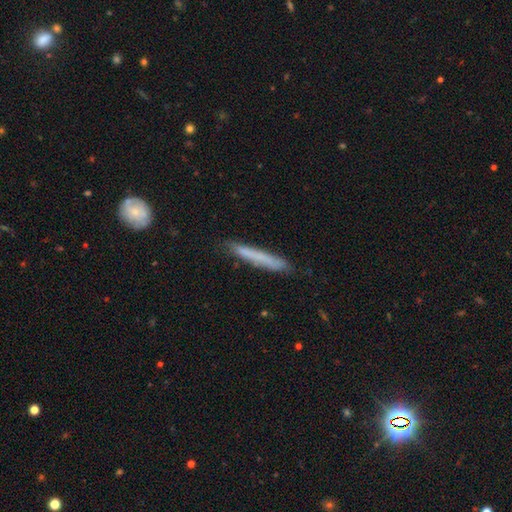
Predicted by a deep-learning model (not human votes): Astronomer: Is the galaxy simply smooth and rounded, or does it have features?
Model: smooth — 63%.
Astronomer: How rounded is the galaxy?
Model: cigar-shaped — 96%.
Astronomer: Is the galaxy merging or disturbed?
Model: none — 83%.